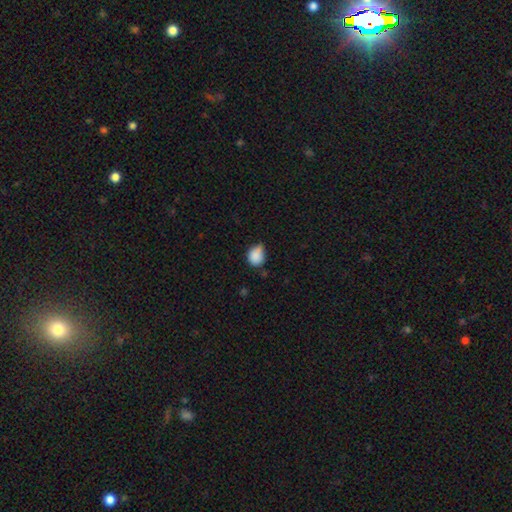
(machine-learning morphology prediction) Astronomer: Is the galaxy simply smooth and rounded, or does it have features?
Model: smooth — 85%.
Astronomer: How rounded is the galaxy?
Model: round — 56% (runner-up: in between, 43%).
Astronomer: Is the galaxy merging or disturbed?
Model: minor disturbance — 46% (runner-up: none, 39%).